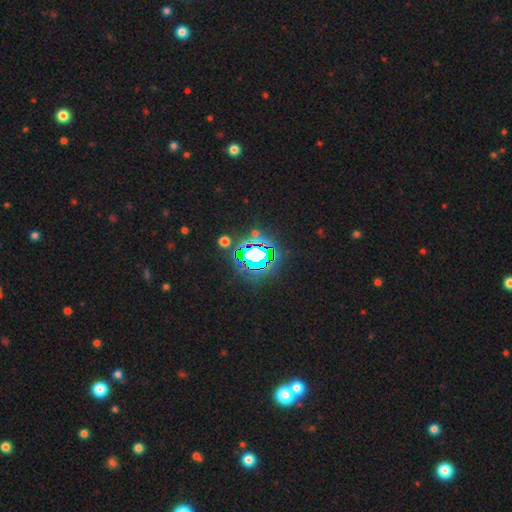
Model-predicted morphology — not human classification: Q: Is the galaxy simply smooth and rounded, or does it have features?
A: star or artifact — 70%.